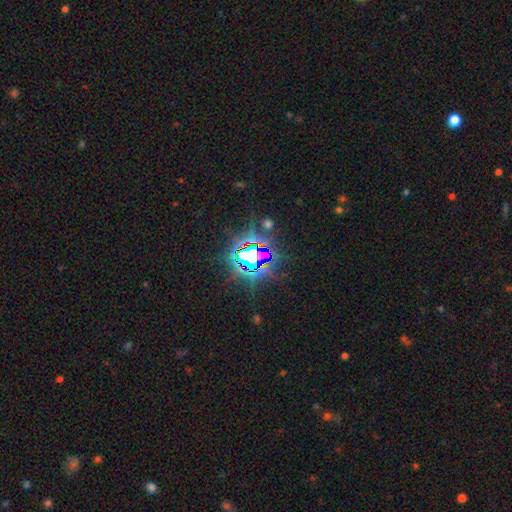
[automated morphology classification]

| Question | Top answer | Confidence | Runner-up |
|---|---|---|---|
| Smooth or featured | star or artifact | 78% | smooth (11%) |